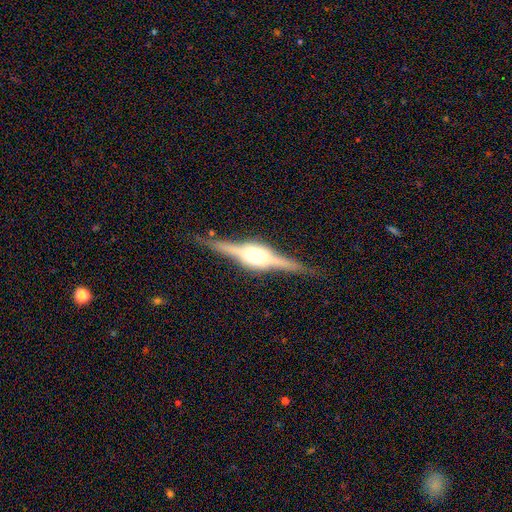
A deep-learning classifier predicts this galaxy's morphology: Smooth or featured?
  - featured or disk: 85% *
  - smooth: 9%
  - star or artifact: 6%
Edge-on disk?
  - yes: 98% *
  - no: 2%
Edge-on bulge?
  - rounded: 90% *
  - boxy: 9%
  - none: 1%
Merging?
  - none: 86% *
  - minor disturbance: 10%
  - major disturbance: 2%
  - merger: 1%